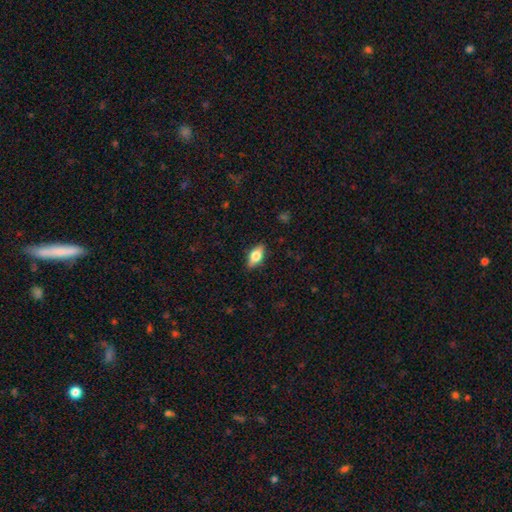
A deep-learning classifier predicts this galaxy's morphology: Smooth or featured: smooth — 69% (featured or disk — 24%)
How rounded: in between — 85% (cigar-shaped — 11%)
Merging: none — 86% (minor disturbance — 11%)